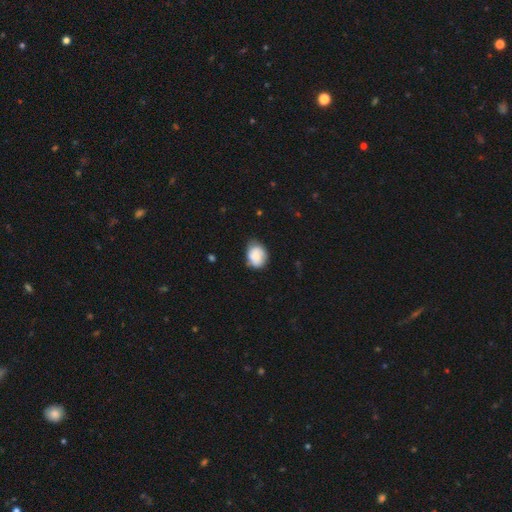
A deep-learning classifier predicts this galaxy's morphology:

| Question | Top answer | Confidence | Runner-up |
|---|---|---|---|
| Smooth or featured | smooth | 67% | featured or disk (26%) |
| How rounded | in between | 56% | round (43%) |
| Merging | none | 61% | minor disturbance (30%) |